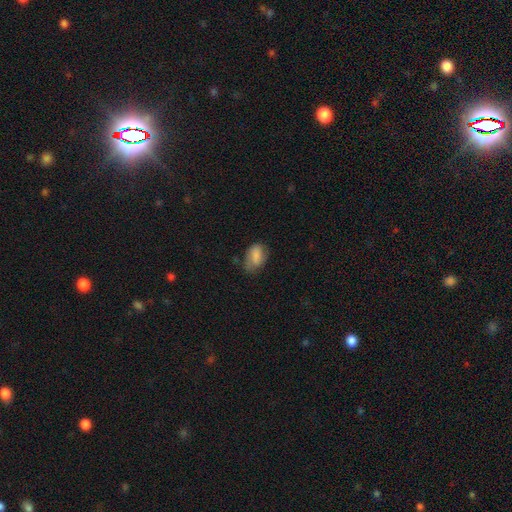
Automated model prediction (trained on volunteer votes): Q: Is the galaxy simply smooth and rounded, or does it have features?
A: smooth — 77%.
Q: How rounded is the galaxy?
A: in between — 88%.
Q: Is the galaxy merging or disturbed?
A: none — 53%.